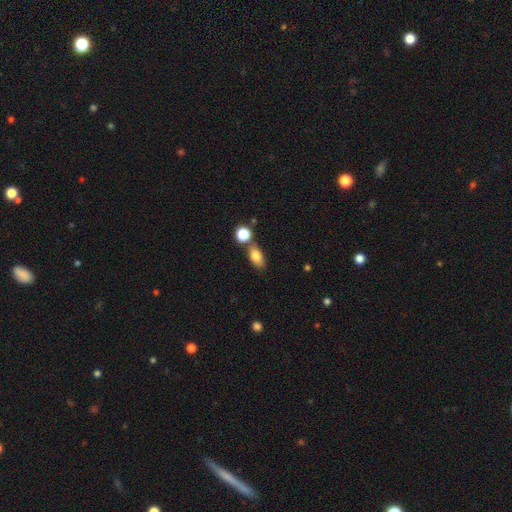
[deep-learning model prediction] Overall: smooth (81%). How rounded: in between (84%). Merging: none (63%).